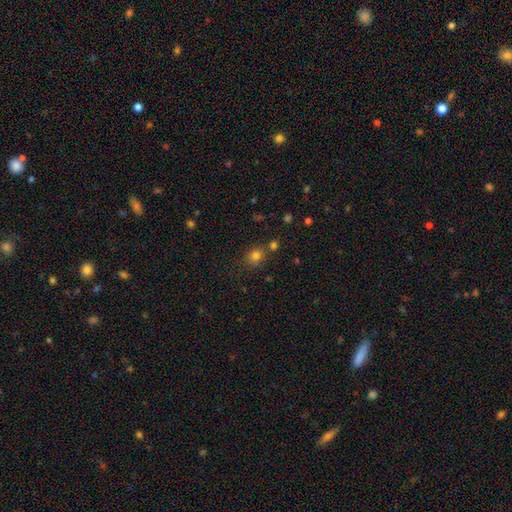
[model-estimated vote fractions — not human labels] Q: Smooth or featured?
A: smooth (77%); runner-up: star or artifact (16%)
Q: How rounded?
A: round (74%); runner-up: in between (25%)
Q: Merging?
A: none (70%); runner-up: merger (14%)